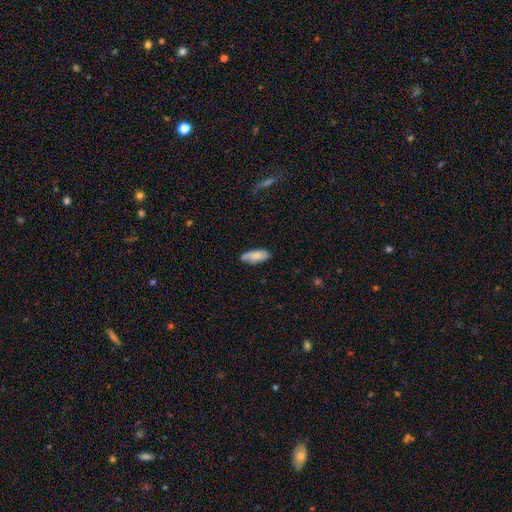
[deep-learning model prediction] A smooth galaxy with no disk features (75%) that is in between round and cigar-shaped (81%).

Vote fractions:
- Smooth or featured? smooth: 75% / featured or disk: 19% / star or artifact: 7%
- How rounded? in between: 81% / cigar-shaped: 17% / round: 2%
- Merging? none: 67% / minor disturbance: 25% / major disturbance: 5% / merger: 3%